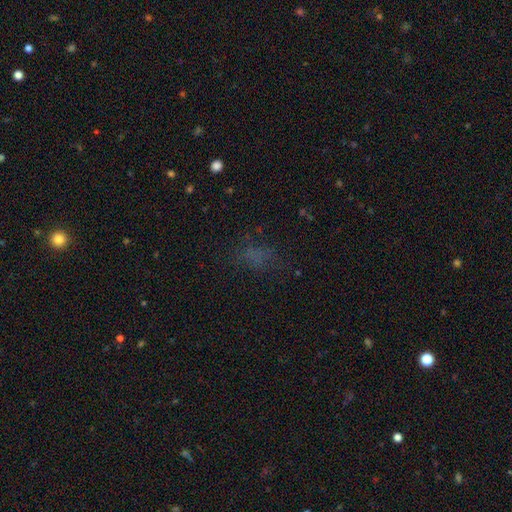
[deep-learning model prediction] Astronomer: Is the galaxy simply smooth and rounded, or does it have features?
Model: smooth — 53% (runner-up: star or artifact, 30%).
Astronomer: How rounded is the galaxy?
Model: in between — 72%.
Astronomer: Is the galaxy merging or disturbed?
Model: none — 58%.